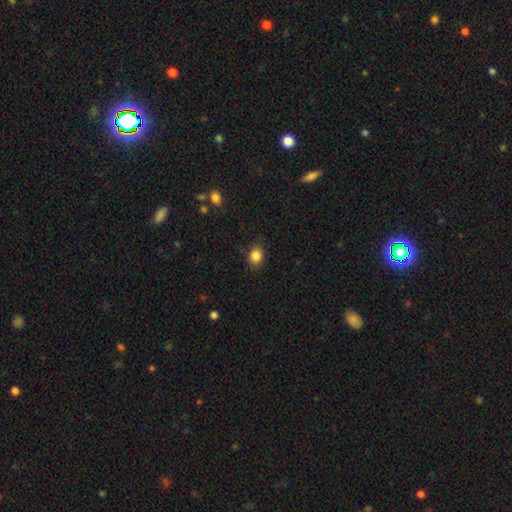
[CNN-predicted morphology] type=smooth (86%); roundness=in between (50%); merging=none (86%).